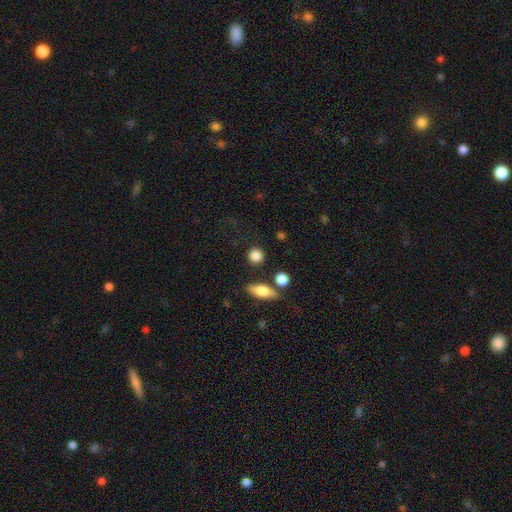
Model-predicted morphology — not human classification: Q: Smooth or featured?
A: smooth (86%); runner-up: star or artifact (8%)
Q: How rounded?
A: round (86%); runner-up: in between (12%)
Q: Merging?
A: none (83%); runner-up: minor disturbance (9%)